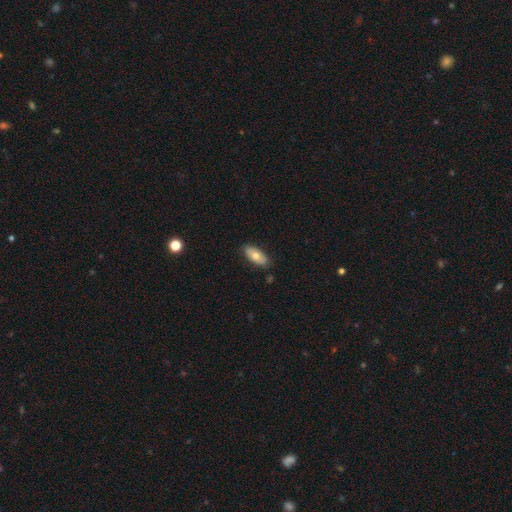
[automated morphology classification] type=smooth (70%); roundness=in between (89%); merging=none (84%).